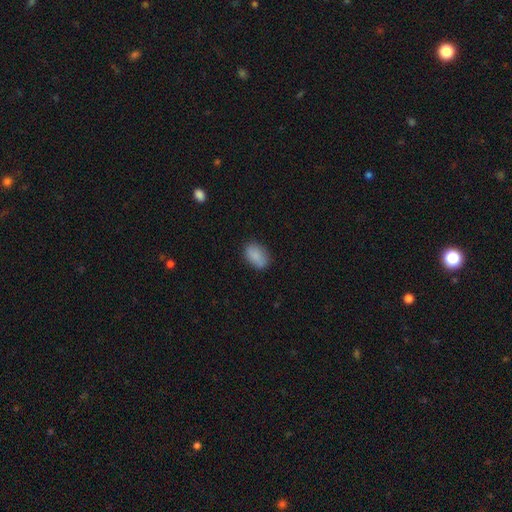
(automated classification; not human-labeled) smooth_or_featured: smooth (p=0.87) [alt: star or artifact p=0.08]
how_rounded: in between (p=0.88) [alt: round p=0.10]
merging: none (p=0.79) [alt: minor disturbance p=0.16]